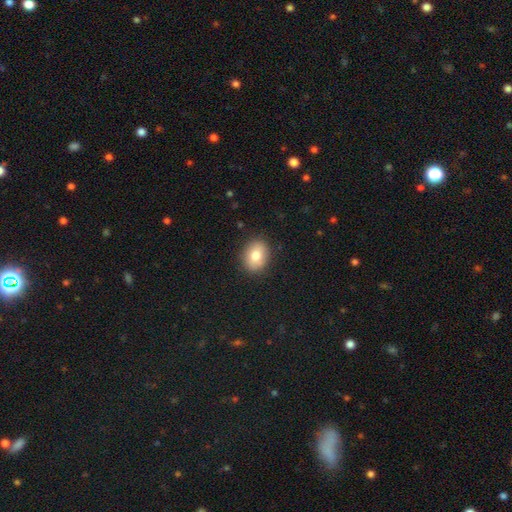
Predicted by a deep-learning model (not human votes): This is clearly a smooth galaxy (81%). How rounded: possibly in between (55%). Merging: clearly none (88%).